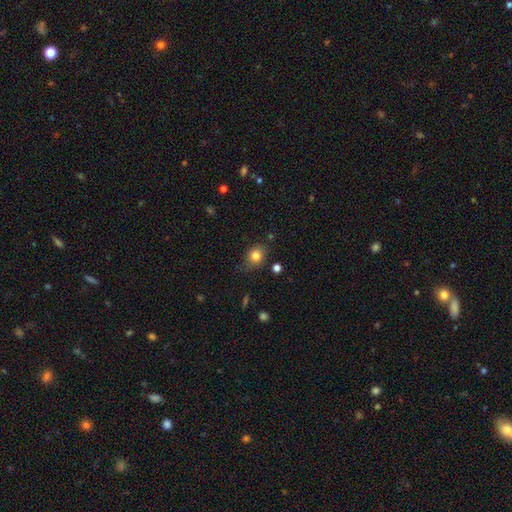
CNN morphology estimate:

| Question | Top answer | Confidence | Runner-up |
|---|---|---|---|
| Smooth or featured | smooth | 82% | star or artifact (11%) |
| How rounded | round | 57% | in between (42%) |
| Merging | none | 73% | minor disturbance (20%) |